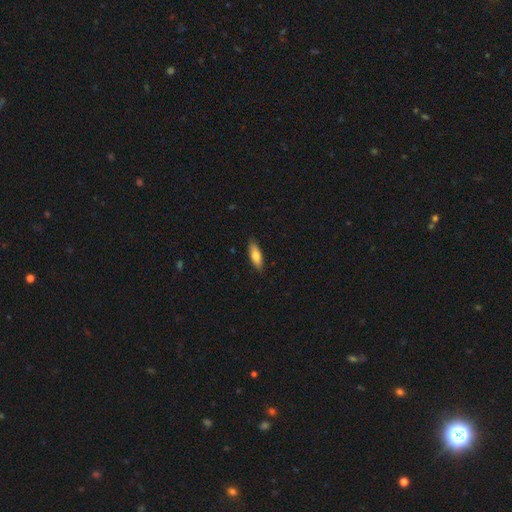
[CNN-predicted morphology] Smooth or featured?
  - smooth: 76% *
  - featured or disk: 18%
  - star or artifact: 6%
How rounded?
  - in between: 62% *
  - cigar-shaped: 35%
  - round: 2%
Merging?
  - none: 86% *
  - minor disturbance: 11%
  - major disturbance: 2%
  - merger: 1%